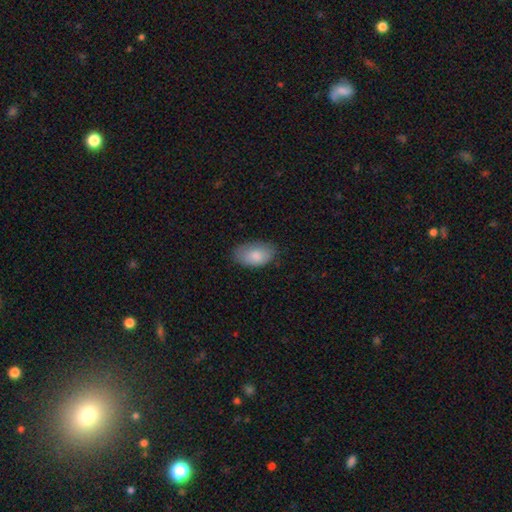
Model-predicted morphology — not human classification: smooth_or_featured: smooth (p=0.84) [alt: featured or disk p=0.10]
how_rounded: in between (p=0.94) [alt: round p=0.05]
merging: none (p=0.76) [alt: minor disturbance p=0.19]